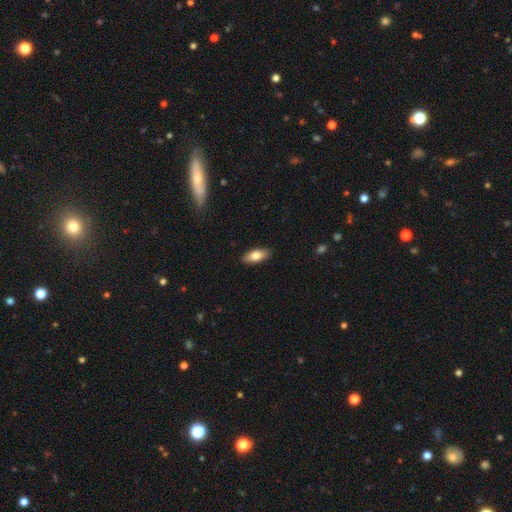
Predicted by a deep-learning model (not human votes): Smooth or featured: smooth — 79% (featured or disk — 15%)
How rounded: in between — 83% (cigar-shaped — 15%)
Merging: none — 89% (minor disturbance — 8%)